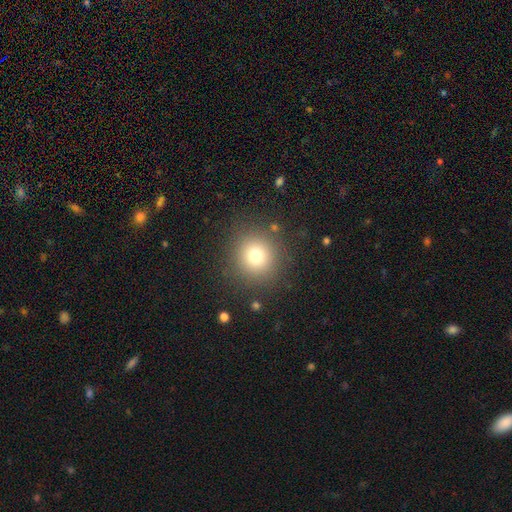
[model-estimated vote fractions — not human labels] Q: Smooth or featured?
A: smooth (76%); runner-up: star or artifact (15%)
Q: How rounded?
A: round (93%); runner-up: in between (6%)
Q: Merging?
A: none (87%); runner-up: minor disturbance (7%)